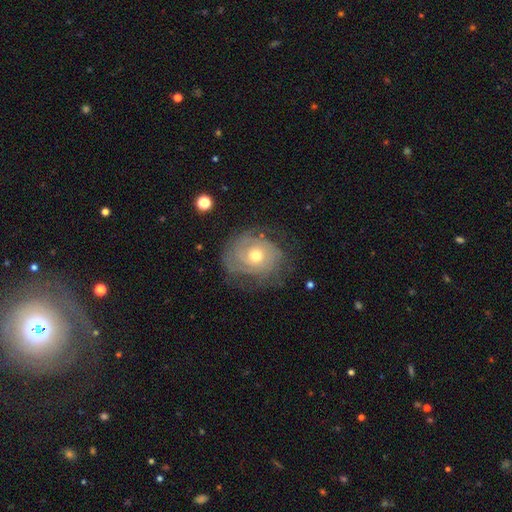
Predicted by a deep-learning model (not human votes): smooth-or-featured: featured or disk: 77% | smooth: 16% | star or artifact: 7%
  disk-edge-on: no: 97% | yes: 3%
    bar: no: 82% | weak: 15% | strong: 3%
    has-spiral-arms: yes: 88% | no: 12%
      spiral-winding: tight: 73% | medium: 20% | loose: 7%
      spiral-arm-count: can't tell: 46% | 2: 22% | 3: 15% | 1: 7% | 4: 6% | more than 4: 5%
    bulge-size: moderate: 61% | small: 34% | large: 3% | none: 1% | dominant: 1%
  merging: none: 66% | minor disturbance: 20% | major disturbance: 12% | merger: 1%